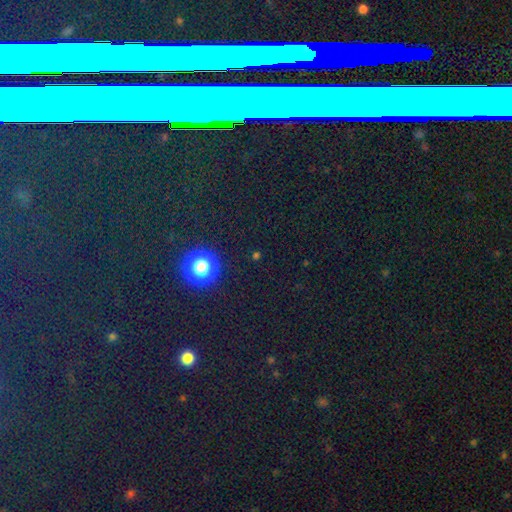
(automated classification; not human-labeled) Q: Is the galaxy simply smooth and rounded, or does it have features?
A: star or artifact — 63%.